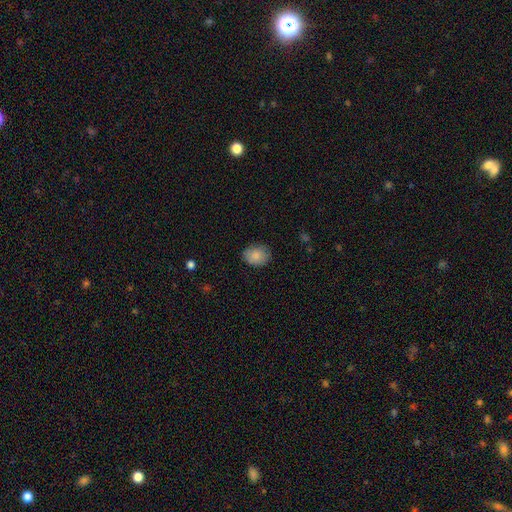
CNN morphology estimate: A smooth galaxy with no disk features (86%) that is in between round and cigar-shaped (55%).

Vote fractions:
- Smooth or featured? smooth: 86% / star or artifact: 8% / featured or disk: 7%
- How rounded? in between: 55% / round: 44% / cigar-shaped: 1%
- Merging? none: 79% / minor disturbance: 16% / major disturbance: 3% / merger: 1%